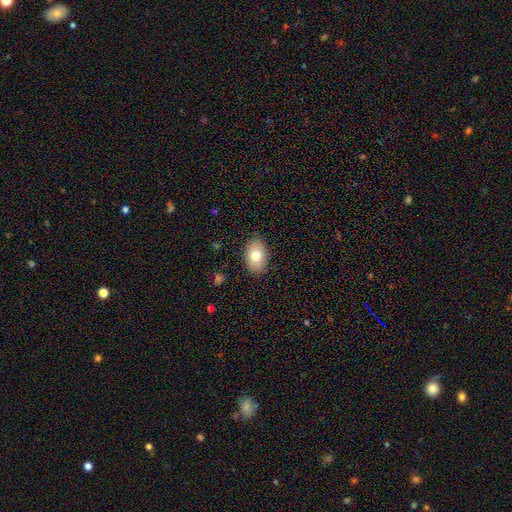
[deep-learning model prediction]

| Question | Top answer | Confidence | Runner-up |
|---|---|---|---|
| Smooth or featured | smooth | 76% | featured or disk (16%) |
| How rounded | in between | 87% | round (11%) |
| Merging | none | 88% | minor disturbance (9%) |